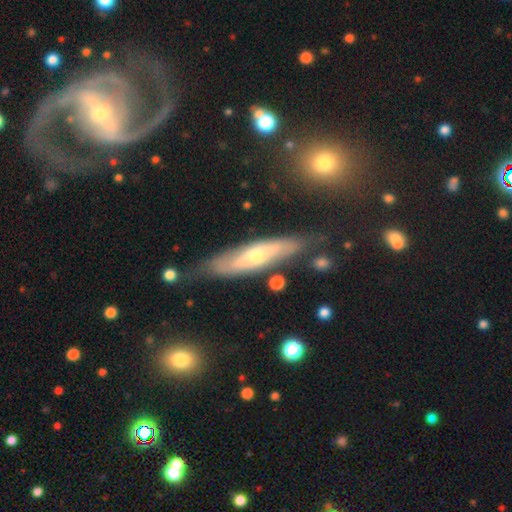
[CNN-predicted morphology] Q: Smooth or featured?
A: featured or disk (62%); runner-up: smooth (32%)
Q: Edge-on disk?
A: yes (54%); runner-up: no (46%)
Q: Merging?
A: none (68%); runner-up: minor disturbance (21%)